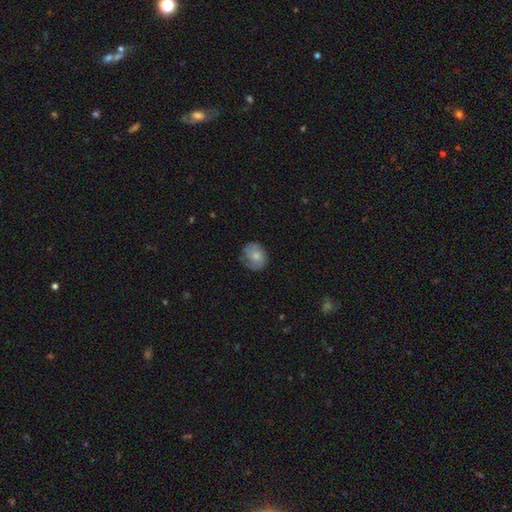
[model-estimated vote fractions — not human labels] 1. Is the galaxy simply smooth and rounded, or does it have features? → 72% smooth, 21% featured or disk, 7% star or artifact.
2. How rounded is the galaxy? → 66% round, 33% in between, 1% cigar-shaped.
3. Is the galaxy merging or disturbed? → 69% none, 24% minor disturbance, 6% major disturbance, 1% merger.